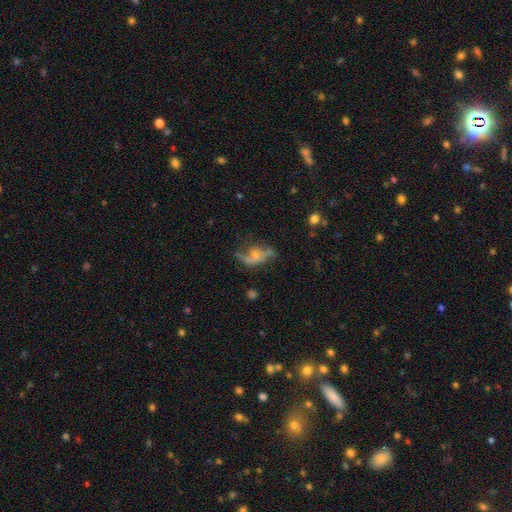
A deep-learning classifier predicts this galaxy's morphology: A featured or disk galaxy (59%) with no bar (69%), spiral arms (70%) and a small central bulge (54%). Merging: none (39%).